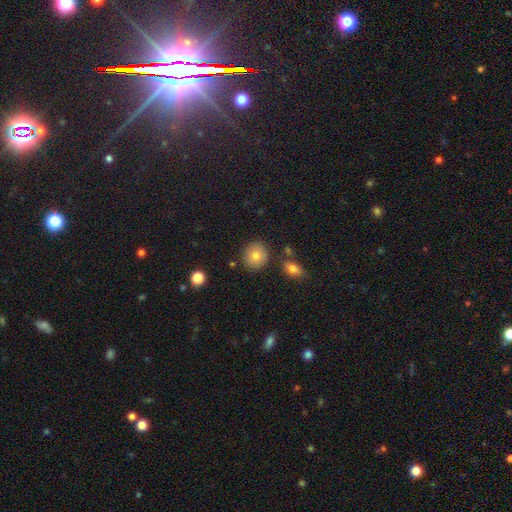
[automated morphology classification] The model was most divided on "smooth or featured": smooth: 81%, featured or disk: 10%, star or artifact: 9%. More confident: how rounded — round (85%); merging — none (84%).